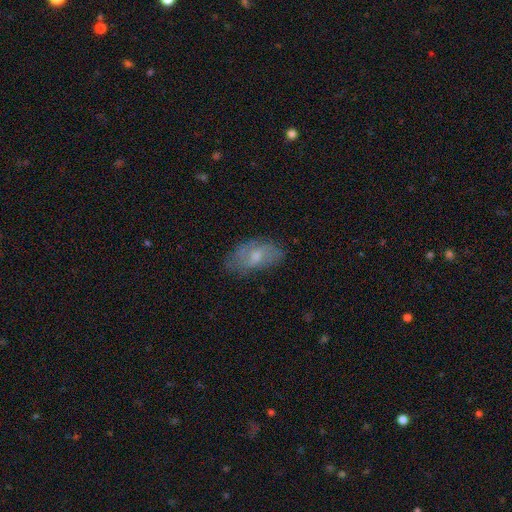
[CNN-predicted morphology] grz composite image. It shows a smooth galaxy with no disk features (51%) that is in between round and cigar-shaped (90%). Merging: none (66%).